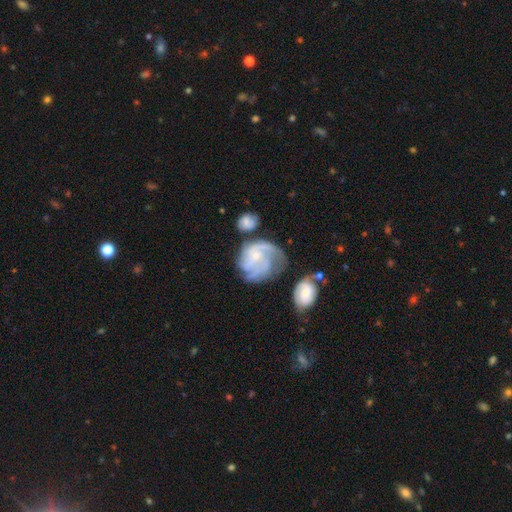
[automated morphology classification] Smooth or featured: featured or disk — 79% (smooth — 14%)
Edge-on disk: no — 98% (yes — 2%)
Bar: no — 71% (weak — 25%)
Spiral arms: yes — 92% (no — 8%)
Spiral winding: tight — 42% (medium — 40%)
Spiral arm count: 3 — 30% (tied with can't tell — 30%)
Bulge size: small — 76% (moderate — 17%)
Merging: none — 40% (major disturbance — 23%)